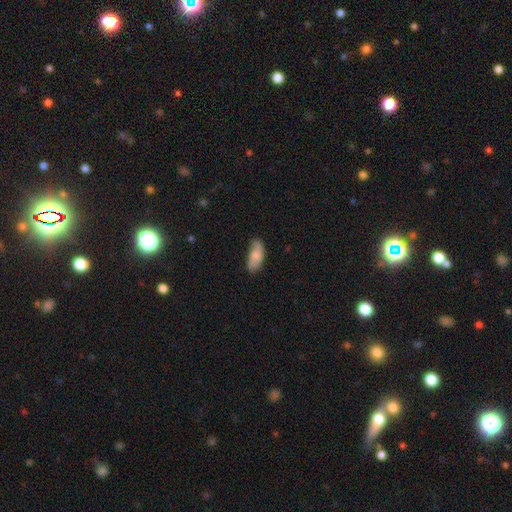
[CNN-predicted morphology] smooth-or-featured: smooth: 71% | featured or disk: 22% | star or artifact: 7%
  how-rounded: in between: 87% | cigar-shaped: 11% | round: 2%
  merging: none: 66% | minor disturbance: 27% | major disturbance: 6% | merger: 2%